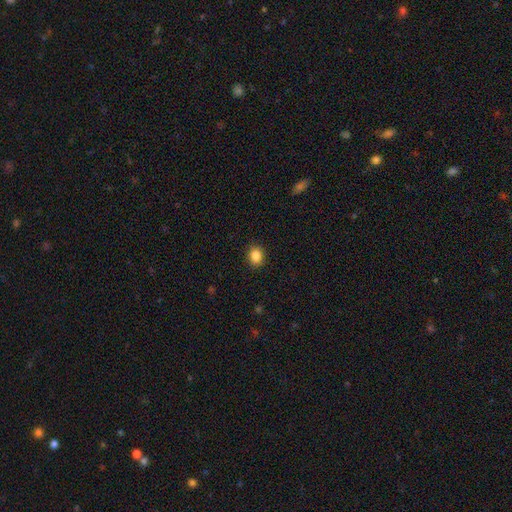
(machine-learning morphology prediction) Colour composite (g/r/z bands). It shows a smooth galaxy with no disk features (87%) that is round (57%). Merging: none (89%).